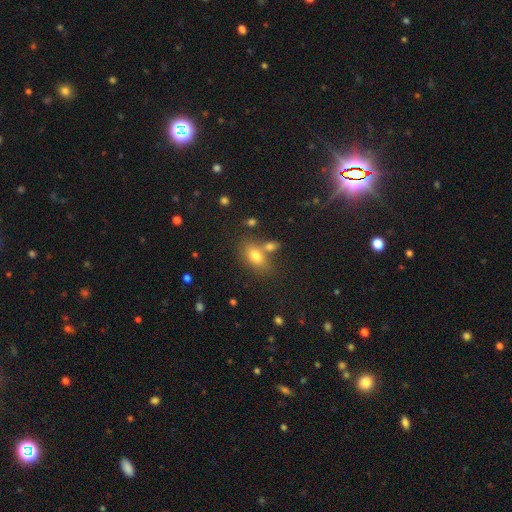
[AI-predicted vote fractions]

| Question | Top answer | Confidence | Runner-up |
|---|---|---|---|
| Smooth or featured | smooth | 76% | featured or disk (13%) |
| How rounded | in between | 84% | round (12%) |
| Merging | none | 59% | merger (24%) |